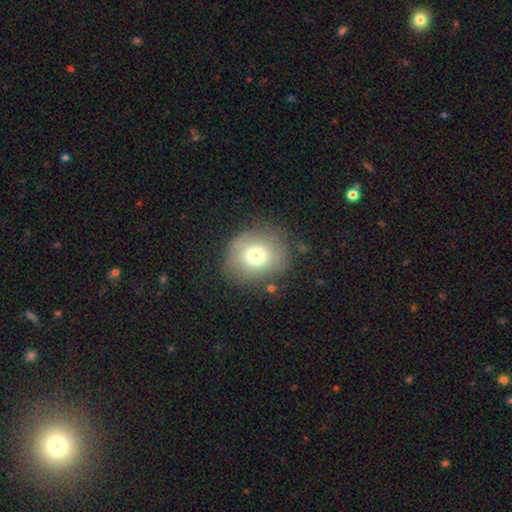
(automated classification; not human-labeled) Smooth or featured? smooth (73%)
How rounded? round (78%)
Merging? none (77%)